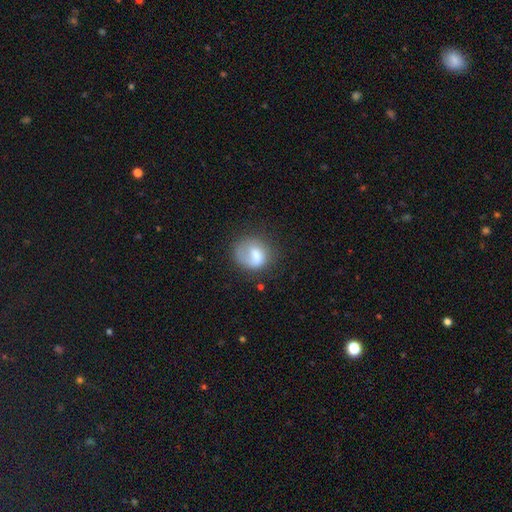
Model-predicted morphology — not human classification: A smooth galaxy with no disk features (61%) that is round (67%).

Vote fractions:
- Smooth or featured? smooth: 61% / featured or disk: 31% / star or artifact: 8%
- How rounded? round: 67% / in between: 32% / cigar-shaped: 1%
- Merging? none: 51% / major disturbance: 23% / minor disturbance: 22% / merger: 4%